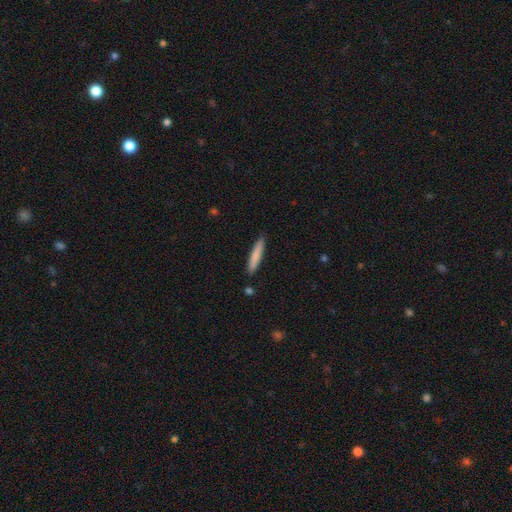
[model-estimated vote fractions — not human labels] Smooth or featured?
  - smooth: 80% *
  - featured or disk: 15%
  - star or artifact: 6%
How rounded?
  - cigar-shaped: 92% *
  - in between: 6%
  - round: 1%
Merging?
  - none: 88% *
  - minor disturbance: 9%
  - merger: 2%
  - major disturbance: 2%